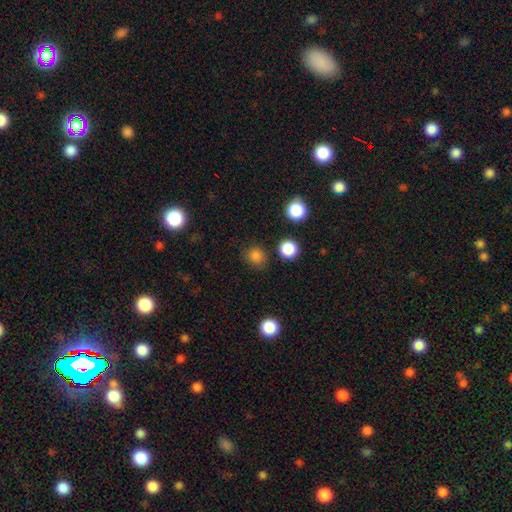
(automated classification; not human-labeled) smooth-or-featured: smooth: 81% | star or artifact: 15% | featured or disk: 4%
  how-rounded: round: 83% | in between: 16% | cigar-shaped: 1%
  merging: none: 82% | minor disturbance: 11% | major disturbance: 4% | merger: 3%